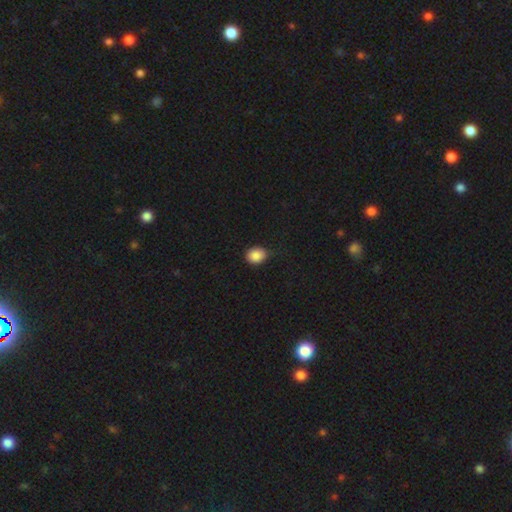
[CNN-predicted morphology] Smooth or featured? smooth (87%)
How rounded? round (56%)
Merging? none (75%)